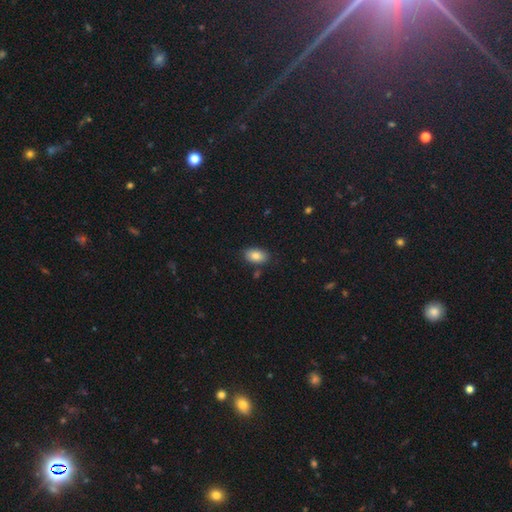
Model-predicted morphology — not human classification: Q: Smooth or featured?
A: smooth (83%); runner-up: featured or disk (9%)
Q: How rounded?
A: in between (91%); runner-up: round (8%)
Q: Merging?
A: none (82%); runner-up: minor disturbance (12%)